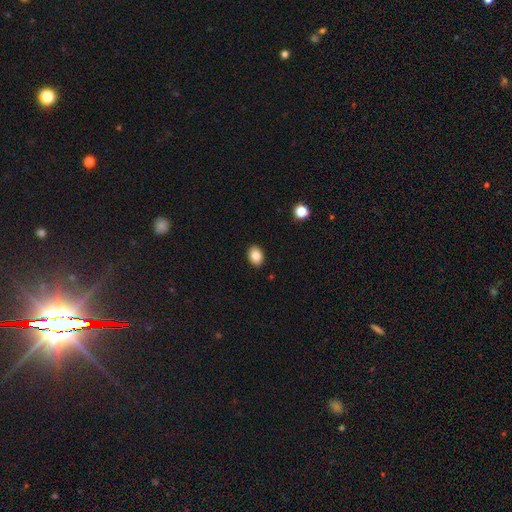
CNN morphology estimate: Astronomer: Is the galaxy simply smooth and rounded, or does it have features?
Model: smooth — 85%.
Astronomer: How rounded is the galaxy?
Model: in between — 72%.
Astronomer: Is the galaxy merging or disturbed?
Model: none — 90%.